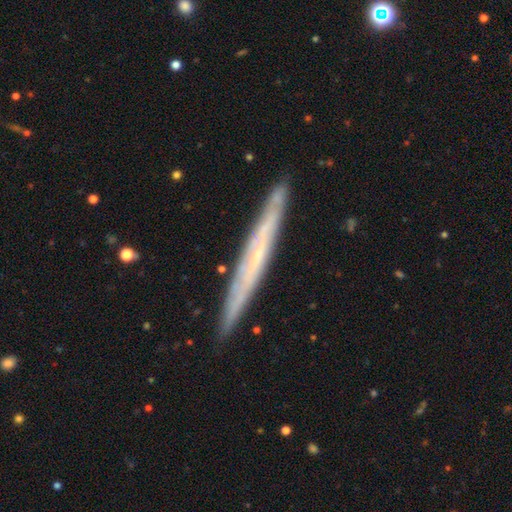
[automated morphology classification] The model was most divided on "smooth or featured": featured or disk: 64%, smooth: 29%, star or artifact: 7%. More confident: edge-on disk — yes (91%); merging — none (88%); edge-on bulge — none (81%).